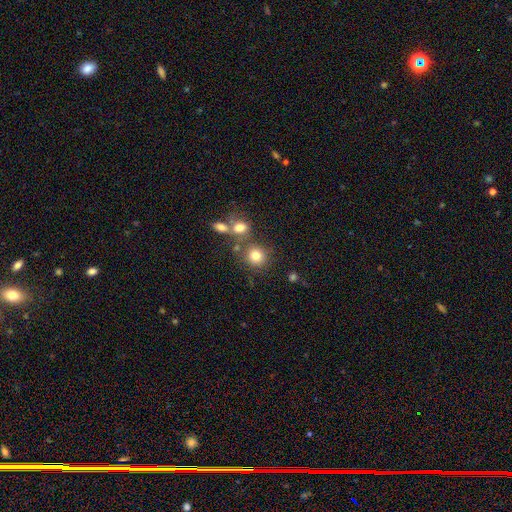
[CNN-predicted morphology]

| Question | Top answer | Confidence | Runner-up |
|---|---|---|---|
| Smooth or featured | smooth | 79% | star or artifact (13%) |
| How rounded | round | 86% | in between (13%) |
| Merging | none | 67% | merger (18%) |